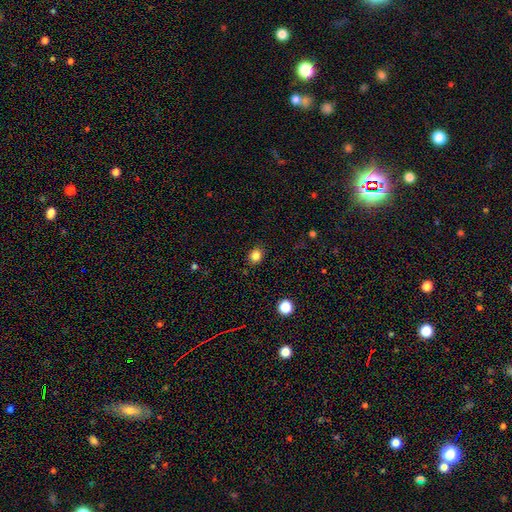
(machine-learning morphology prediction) The model was most divided on "how rounded": round: 69%, in between: 30%, cigar-shaped: 1%. More confident: merging — none (88%); smooth or featured — smooth (82%).